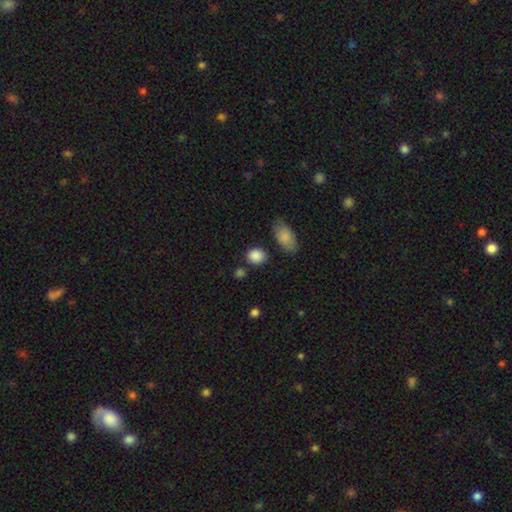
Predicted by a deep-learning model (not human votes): Smooth or featured: smooth — 88% (star or artifact — 9%)
How rounded: round — 58% (in between — 40%)
Merging: none — 81% (minor disturbance — 11%)